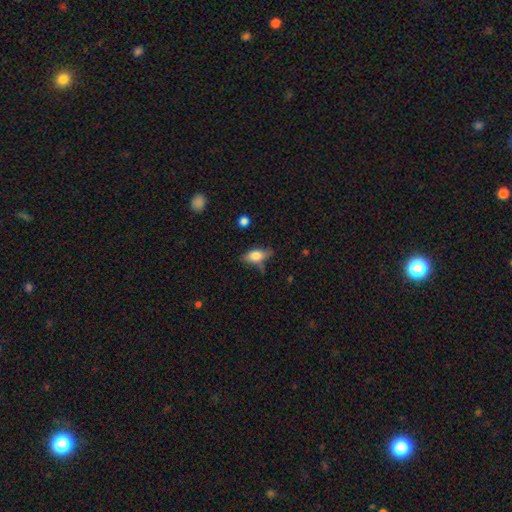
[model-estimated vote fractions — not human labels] Smooth or featured?
  - smooth: 70% *
  - featured or disk: 21%
  - star or artifact: 8%
How rounded?
  - in between: 82% *
  - cigar-shaped: 12%
  - round: 6%
Merging?
  - none: 59% *
  - minor disturbance: 27%
  - major disturbance: 8%
  - merger: 5%